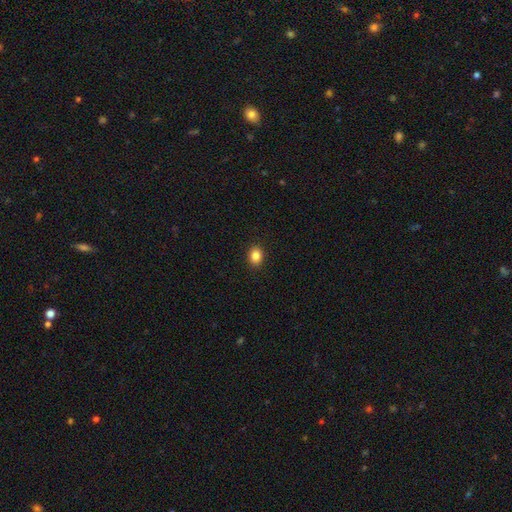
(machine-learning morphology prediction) The model was most divided on "how rounded": in between: 58%, round: 41%, cigar-shaped: 1%. More confident: merging — none (91%); smooth or featured — smooth (86%).